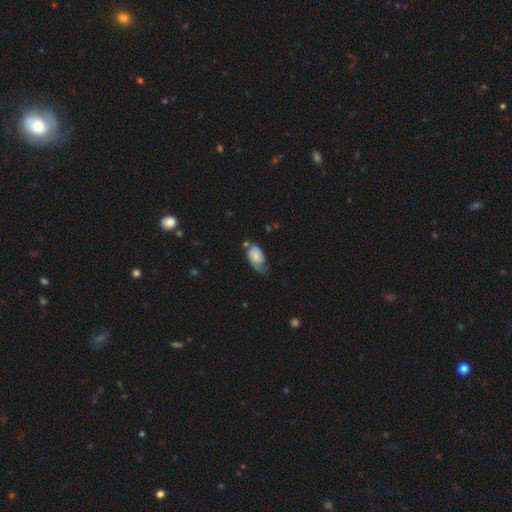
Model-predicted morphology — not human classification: Smooth or featured? smooth (47%)
Merging? minor disturbance (37%)